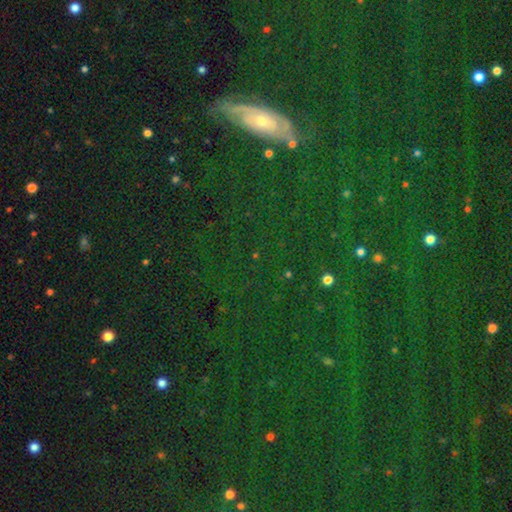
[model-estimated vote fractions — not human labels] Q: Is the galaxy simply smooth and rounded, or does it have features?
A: star or artifact — 76%.